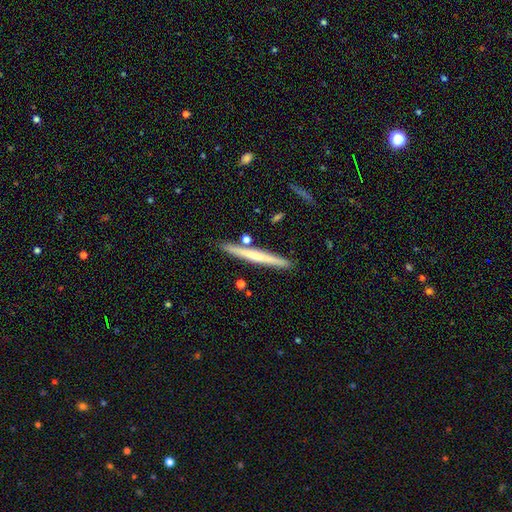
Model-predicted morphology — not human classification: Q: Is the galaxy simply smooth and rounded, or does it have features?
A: smooth — 49%.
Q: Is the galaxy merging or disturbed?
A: none — 87%.